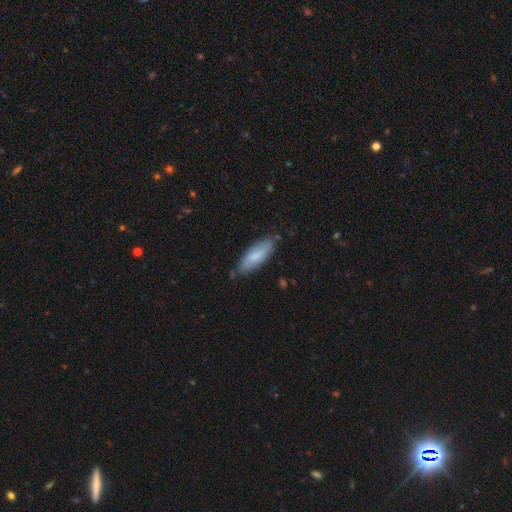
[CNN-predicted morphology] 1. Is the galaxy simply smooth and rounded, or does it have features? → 76% smooth, 19% featured or disk, 6% star or artifact.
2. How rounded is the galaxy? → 60% in between, 39% cigar-shaped, 2% round.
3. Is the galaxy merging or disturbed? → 77% none, 18% minor disturbance, 3% major disturbance, 2% merger.